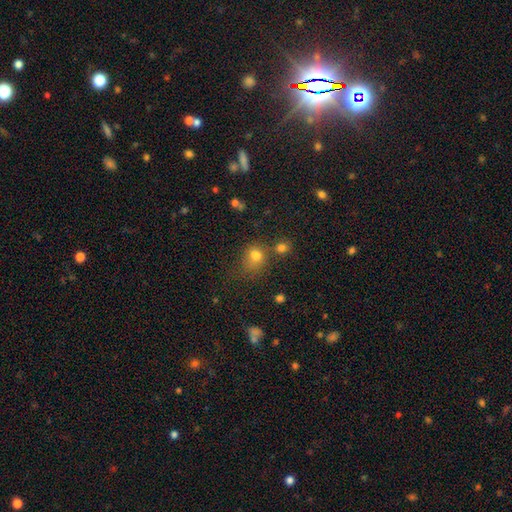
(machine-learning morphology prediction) A smooth galaxy with no disk features (75%) that is round (59%). Merging: none (45%).